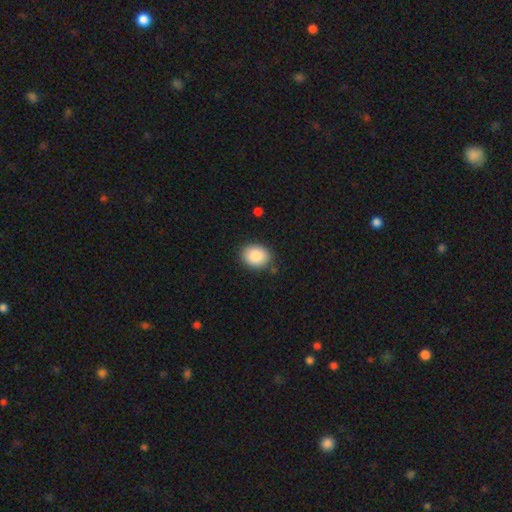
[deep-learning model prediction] This is clearly a smooth galaxy (88%). How rounded: possibly in between (53%). Merging: clearly none (84%).